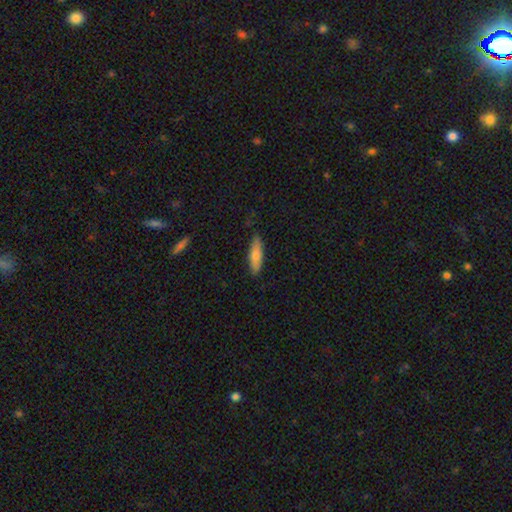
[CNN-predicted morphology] This is likely a smooth galaxy (76%). How rounded: possibly cigar-shaped (57%). Merging: likely none (80%).